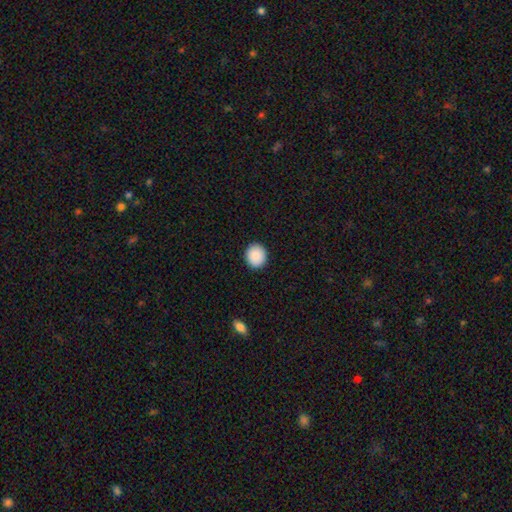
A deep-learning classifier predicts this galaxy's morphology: A smooth galaxy with no disk features (89%) that is round (84%).

Vote fractions:
- Smooth or featured? smooth: 89% / star or artifact: 8% / featured or disk: 3%
- How rounded? round: 84% / in between: 16% / cigar-shaped: 1%
- Merging? none: 92% / minor disturbance: 5% / major disturbance: 2% / merger: 1%